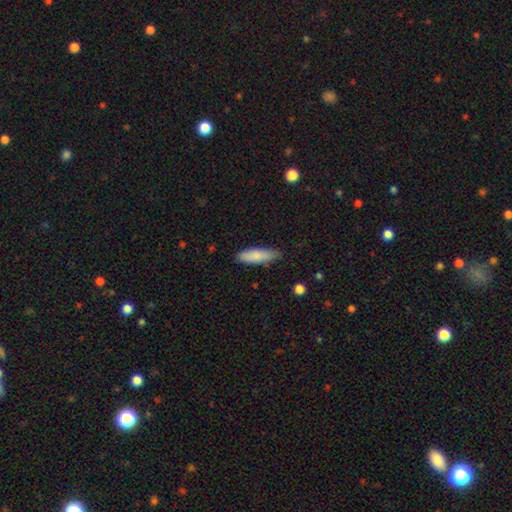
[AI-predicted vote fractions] This appears to be a smooth galaxy with no disk features (84%) that is cigar-shaped (51%). Merging: none (78%).